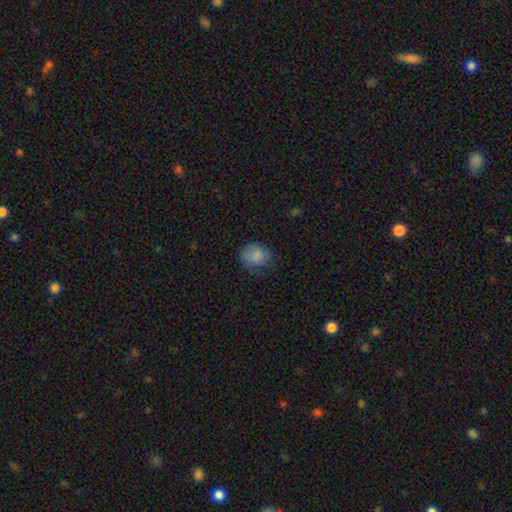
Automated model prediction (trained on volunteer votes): Overall: smooth (83%). How rounded: round (59%; in between 41%). Merging: none (57%; minor disturbance 30%).